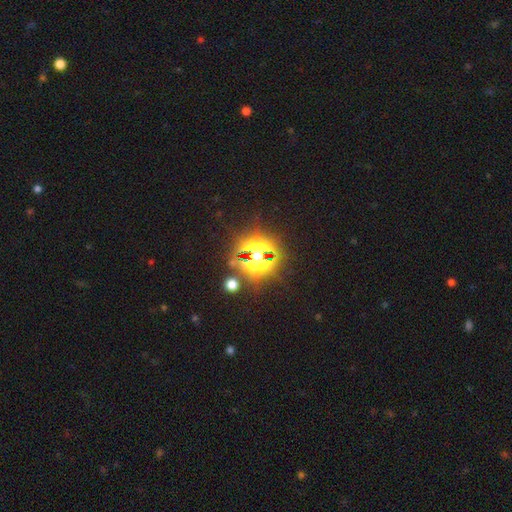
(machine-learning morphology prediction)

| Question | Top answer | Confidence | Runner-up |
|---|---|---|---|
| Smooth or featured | star or artifact | 68% | smooth (21%) |